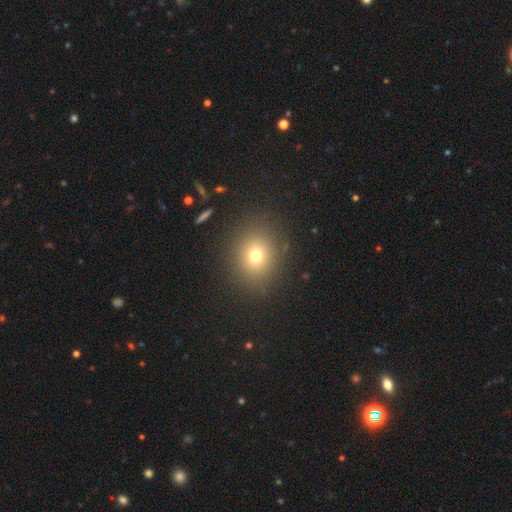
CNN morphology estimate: Smooth or featured: smooth — 72% (star or artifact — 17%)
How rounded: round — 67% (in between — 32%)
Merging: none — 86% (minor disturbance — 8%)